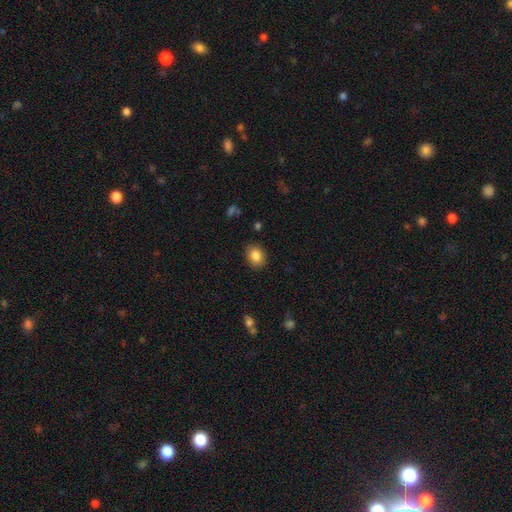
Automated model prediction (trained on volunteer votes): Smooth or featured?
  - smooth: 85% *
  - star or artifact: 9%
  - featured or disk: 6%
How rounded?
  - round: 60% *
  - in between: 39%
  - cigar-shaped: 1%
Merging?
  - none: 88% *
  - minor disturbance: 8%
  - major disturbance: 2%
  - merger: 1%